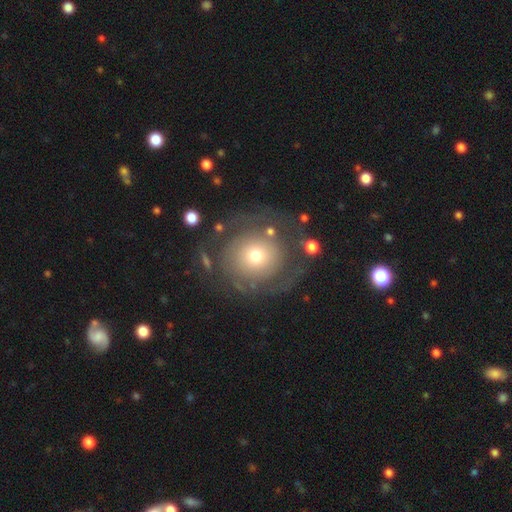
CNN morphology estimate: This appears to be a featured or disk galaxy (60%) with no bar (87%), spiral arms (73%) and a moderate central bulge (50%). Merging: none (63%).